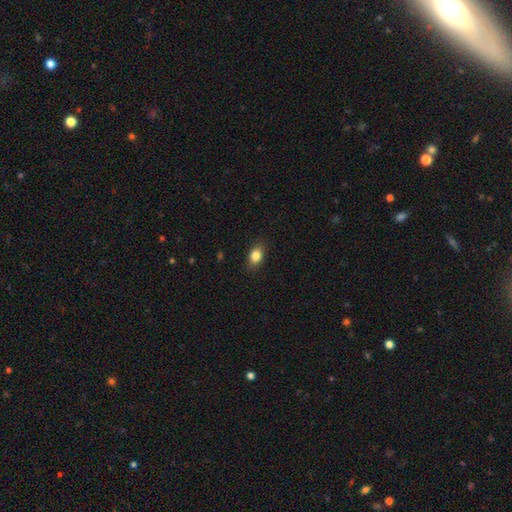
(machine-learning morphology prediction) The model was most divided on "how rounded": in between: 78%, round: 20%, cigar-shaped: 2%. More confident: merging — none (86%); smooth or featured — smooth (85%).